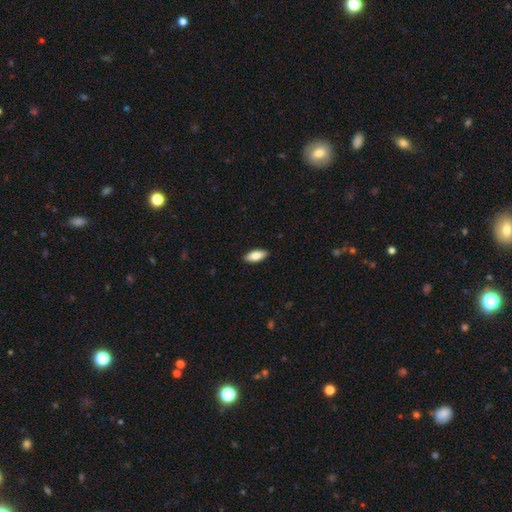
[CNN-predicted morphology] Smooth or featured: smooth — 83% (featured or disk — 11%)
How rounded: in between — 81% (cigar-shaped — 17%)
Merging: none — 90% (minor disturbance — 7%)